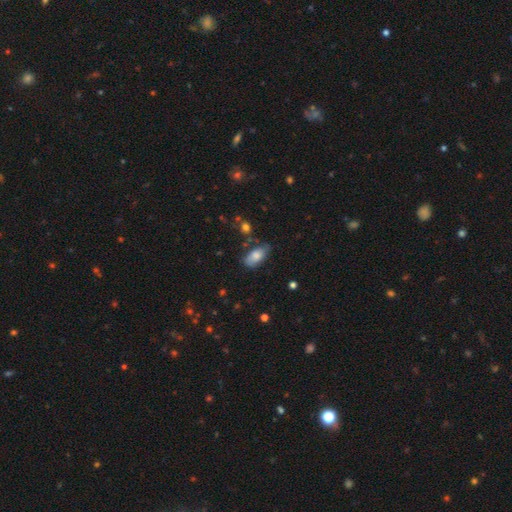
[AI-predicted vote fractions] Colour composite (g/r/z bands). It shows a smooth galaxy with no disk features (76%) that is in between round and cigar-shaped (91%). Merging: none (60%).